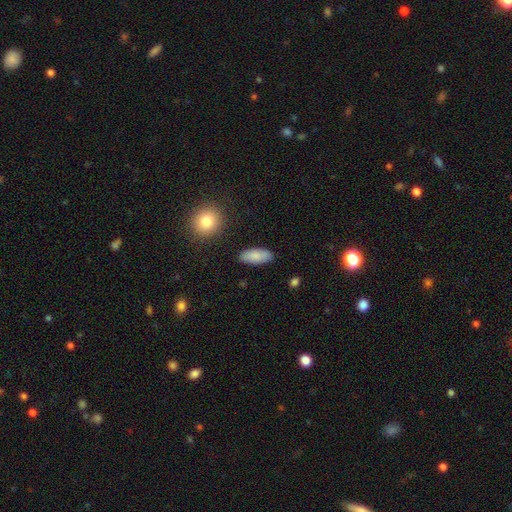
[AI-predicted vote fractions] The model was most divided on "how rounded": in between: 85%, cigar-shaped: 13%, round: 2%. More confident: merging — none (87%); smooth or featured — smooth (86%).